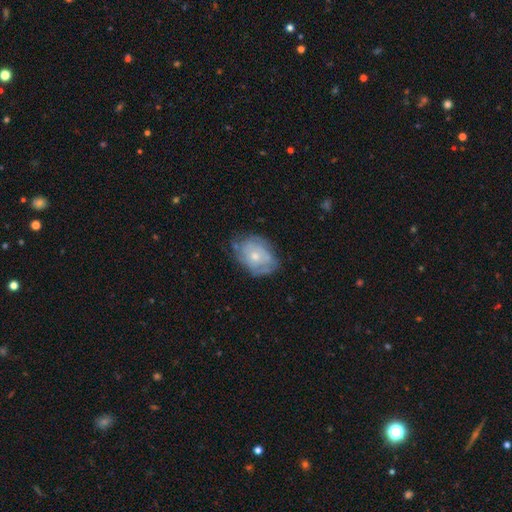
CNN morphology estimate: Smooth or featured? featured or disk (53%)
Edge-on disk? no (96%)
Bar? no (85%)
Spiral arms? yes (57%)
Bulge size? small (48%)
Merging? none (61%)